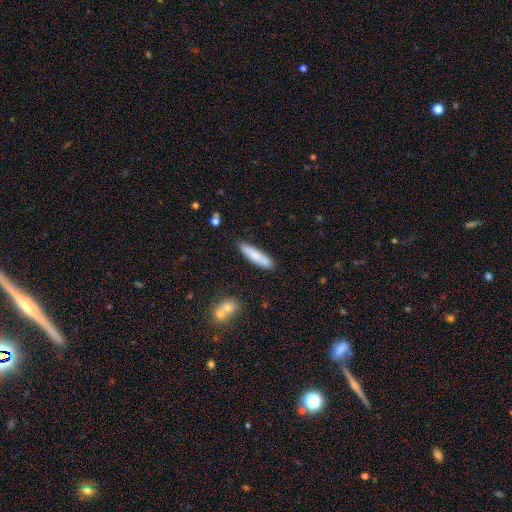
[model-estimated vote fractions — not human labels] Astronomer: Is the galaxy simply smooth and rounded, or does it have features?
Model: smooth — 77%.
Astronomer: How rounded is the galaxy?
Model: cigar-shaped — 79%.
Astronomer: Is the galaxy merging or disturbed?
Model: none — 81%.